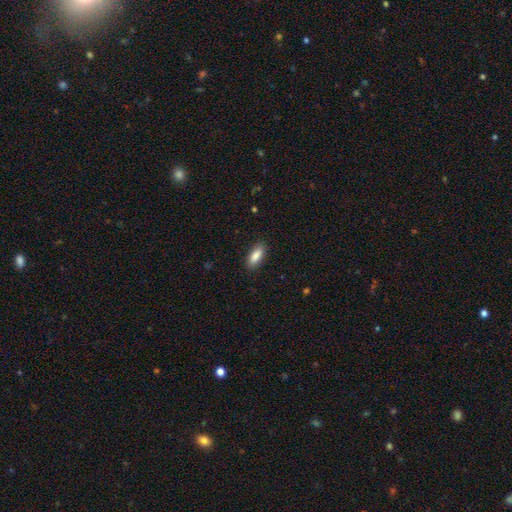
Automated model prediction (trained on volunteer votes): Smooth or featured? smooth (87%)
How rounded? in between (80%)
Merging? none (87%)